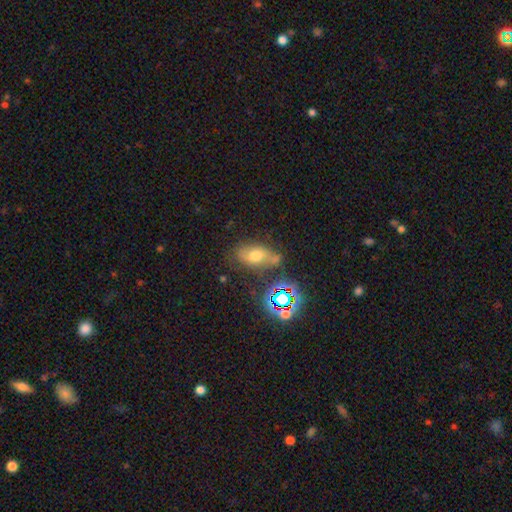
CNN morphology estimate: The model was most divided on "smooth or featured": smooth: 52%, star or artifact: 26%, featured or disk: 23%. More confident: how rounded — in between (81%); merging — none (55%).